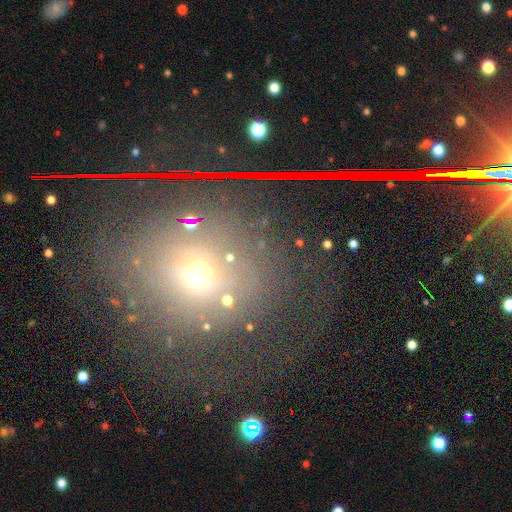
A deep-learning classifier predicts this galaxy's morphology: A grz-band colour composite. It shows a smooth galaxy with no disk features (37%). Merging: none (72%).